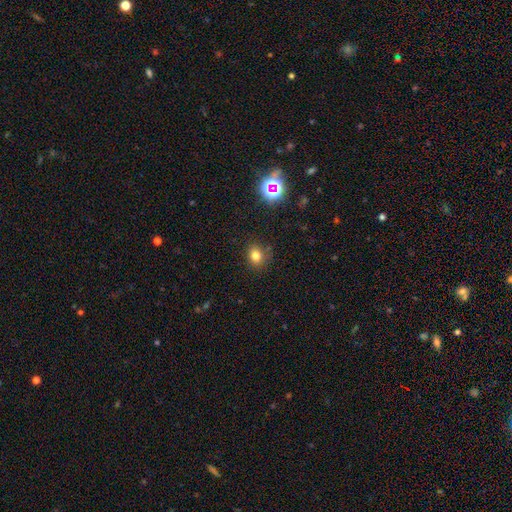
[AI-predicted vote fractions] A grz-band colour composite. It shows a smooth galaxy with no disk features (77%) that is round (64%). Merging: none (83%).